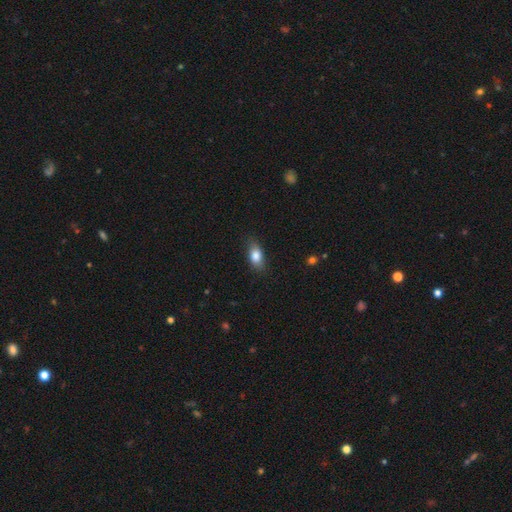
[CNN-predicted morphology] Smooth or featured?
  - smooth: 83% *
  - featured or disk: 10%
  - star or artifact: 8%
How rounded?
  - in between: 85% *
  - round: 8%
  - cigar-shaped: 7%
Merging?
  - none: 80% *
  - minor disturbance: 16%
  - major disturbance: 3%
  - merger: 1%